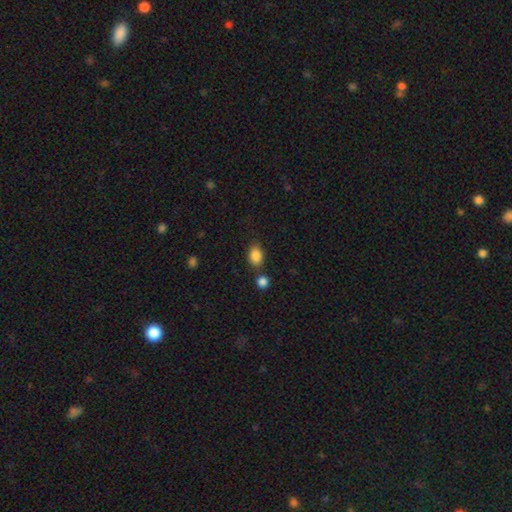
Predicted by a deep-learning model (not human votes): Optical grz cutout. It shows a smooth galaxy with no disk features (86%) that is in between round and cigar-shaped (74%). Merging: none (68%).